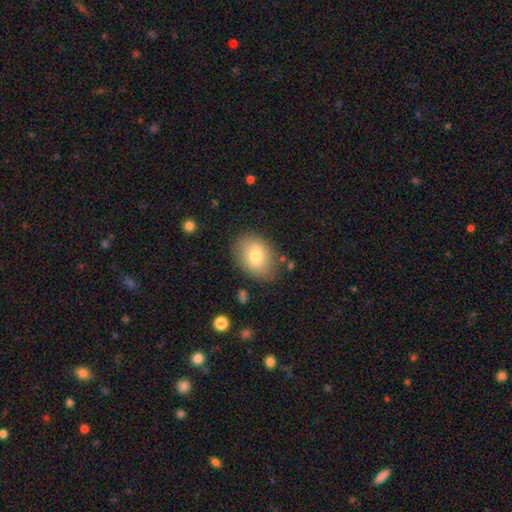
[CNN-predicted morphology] Overall: smooth (74%). How rounded: in between (75%). Merging: none (81%).